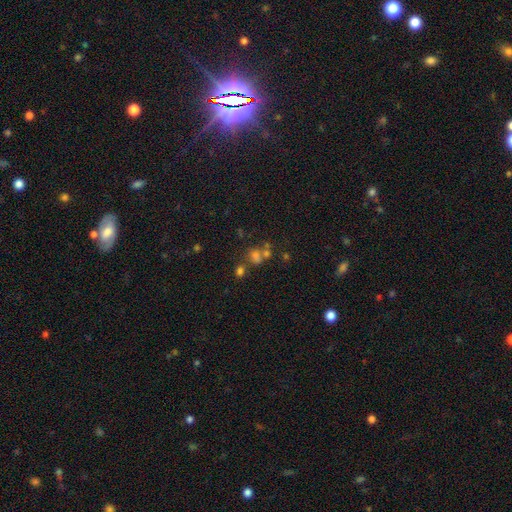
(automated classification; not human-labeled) This is possibly a smooth galaxy (53%). How rounded: possibly round (57%). Merging: marginally none (45%).